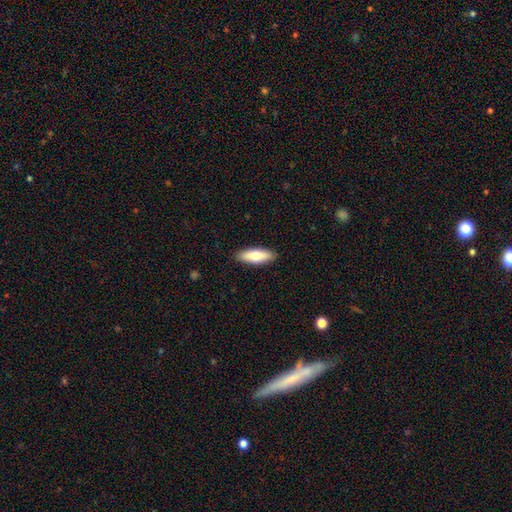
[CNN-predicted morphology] smooth 70%, featured or disk 24%, star or artifact 6%. Down the decision tree: how rounded — in between (58%); merging — none (90%).